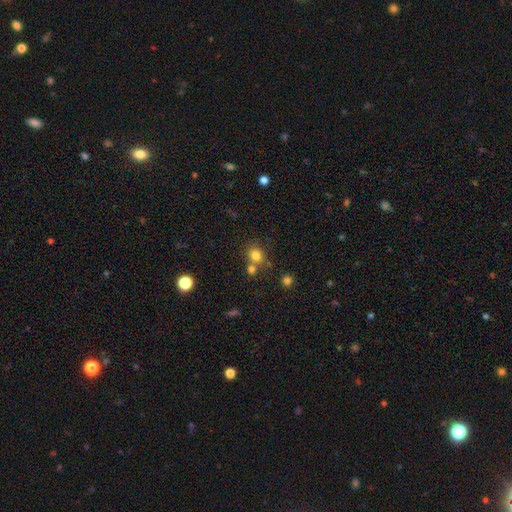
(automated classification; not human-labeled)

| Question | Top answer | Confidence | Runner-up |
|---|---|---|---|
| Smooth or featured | smooth | 79% | star or artifact (14%) |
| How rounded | round | 73% | in between (26%) |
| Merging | none | 60% | merger (25%) |